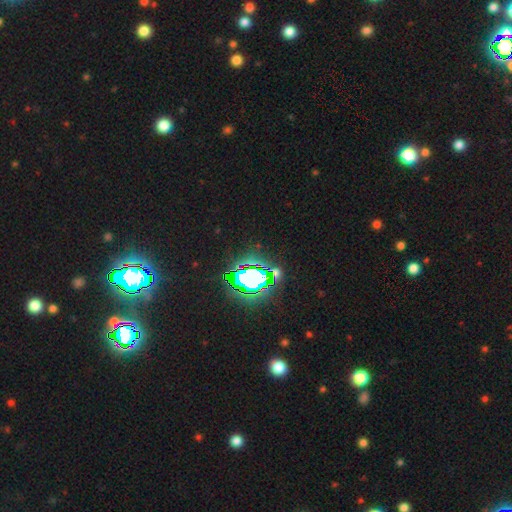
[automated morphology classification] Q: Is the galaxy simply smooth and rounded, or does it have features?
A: star or artifact — 81%.